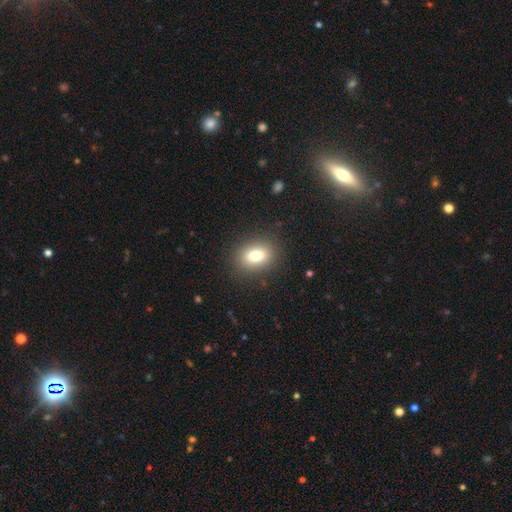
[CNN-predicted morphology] A smooth galaxy with no disk features (79%) that is in between round and cigar-shaped (66%).

Vote fractions:
- Smooth or featured? smooth: 79% / star or artifact: 11% / featured or disk: 11%
- How rounded? in between: 66% / round: 33% / cigar-shaped: 1%
- Merging? none: 87% / minor disturbance: 8% / major disturbance: 3% / merger: 1%